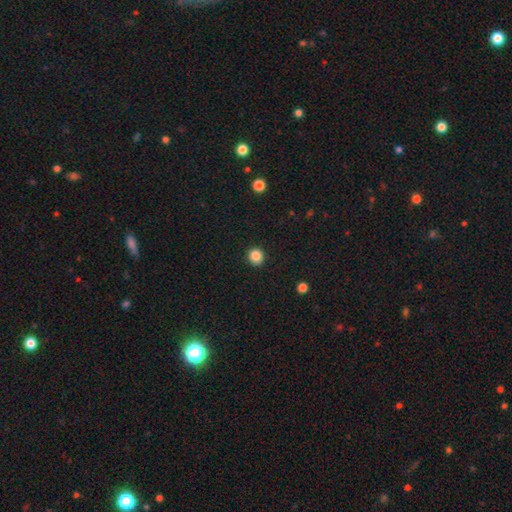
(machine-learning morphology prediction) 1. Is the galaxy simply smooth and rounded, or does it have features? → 86% smooth, 11% star or artifact, 3% featured or disk.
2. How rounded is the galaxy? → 91% round, 8% in between, 1% cigar-shaped.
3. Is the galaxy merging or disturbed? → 92% none, 5% minor disturbance, 2% major disturbance, 1% merger.